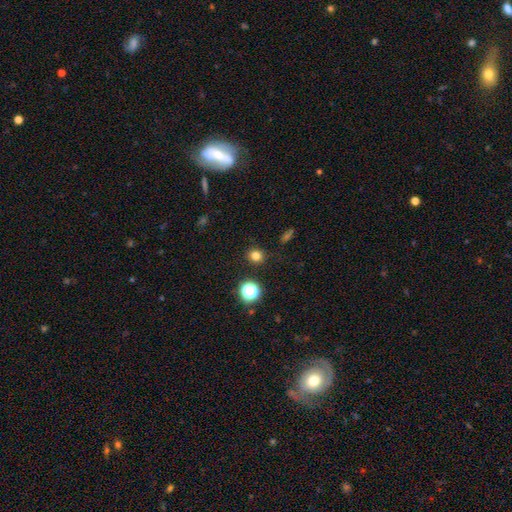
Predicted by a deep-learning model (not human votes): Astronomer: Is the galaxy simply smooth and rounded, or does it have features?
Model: smooth — 78%.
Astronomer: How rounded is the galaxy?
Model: round — 84%.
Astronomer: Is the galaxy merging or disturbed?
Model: none — 89%.